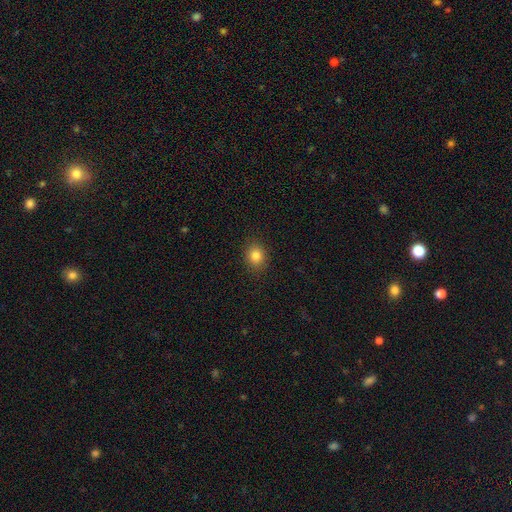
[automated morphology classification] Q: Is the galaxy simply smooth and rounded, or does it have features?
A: smooth — 83%.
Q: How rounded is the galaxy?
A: round — 65%.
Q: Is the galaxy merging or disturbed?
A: none — 89%.